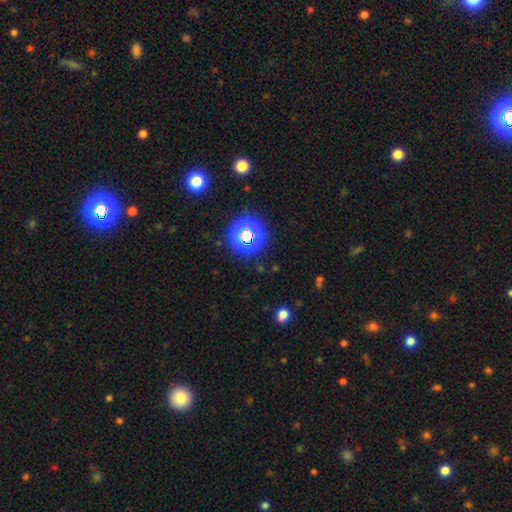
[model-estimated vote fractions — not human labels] A smooth galaxy with no disk features (53%) that is round (93%).

Vote fractions:
- Smooth or featured? smooth: 53% / star or artifact: 41% / featured or disk: 6%
- How rounded? round: 93% / in between: 6% / cigar-shaped: 1%
- Merging? none: 90% / minor disturbance: 6% / major disturbance: 3% / merger: 2%